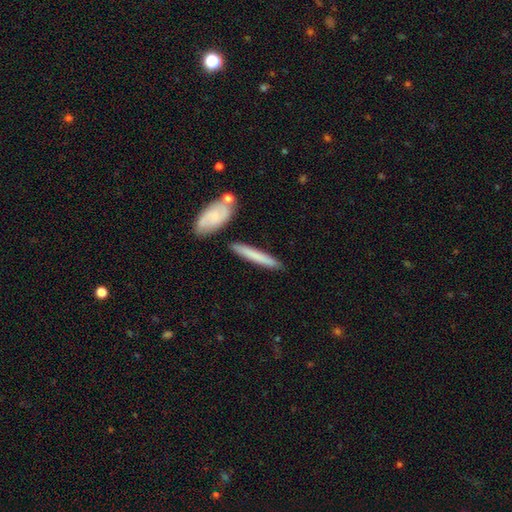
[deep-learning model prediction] Overall: smooth (65%; featured or disk 29%). How rounded: cigar-shaped (93%). Merging: none (82%).